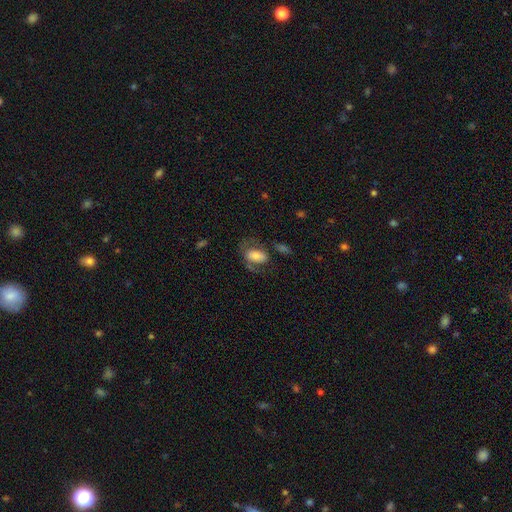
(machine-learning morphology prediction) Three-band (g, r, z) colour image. It shows a smooth galaxy with no disk features (58%) that is in between round and cigar-shaped (89%). Merging: none (46%).